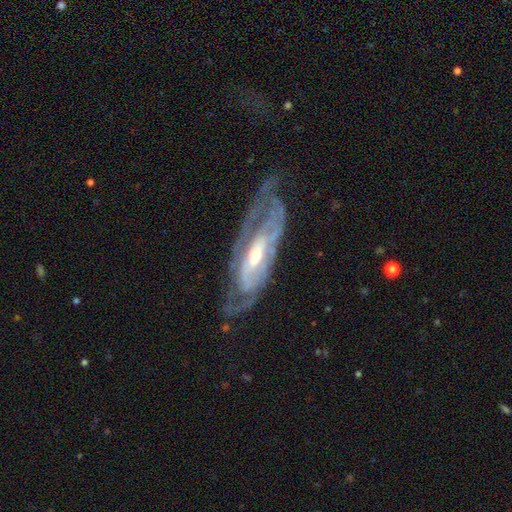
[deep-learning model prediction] Smooth or featured: featured or disk — 86% (smooth — 8%)
Edge-on disk: no — 85% (yes — 15%)
Bar: no — 37% (weak — 36%)
Spiral arms: yes — 89% (no — 11%)
Spiral winding: tight — 58% (medium — 32%)
Spiral arm count: 2 — 39% (can't tell — 37%)
Bulge size: moderate — 52% (small — 43%)
Merging: none — 56% (minor disturbance — 22%)